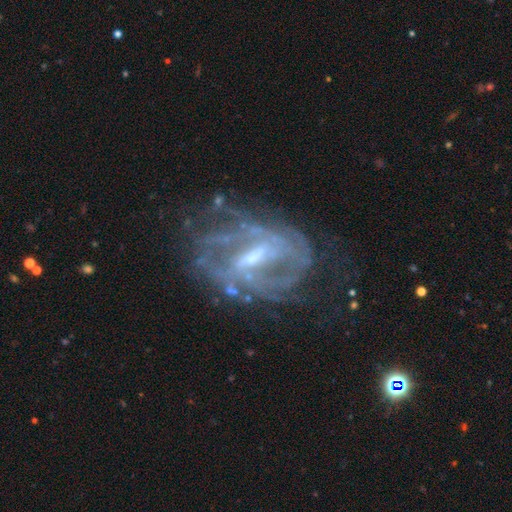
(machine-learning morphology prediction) type=featured or disk (86%); edge-on=no (96%); bar=weak (44%); spiral arms=yes (85%); winding=tight (48%); arm count=can't tell (39%); bulge=small (46%); merging=none (59%).